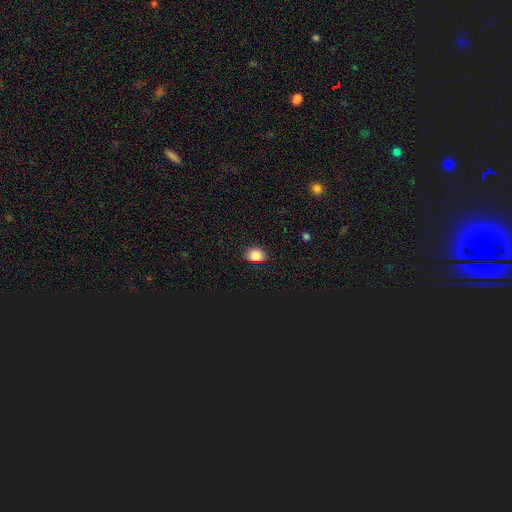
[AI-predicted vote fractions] The model was most divided on "how rounded": in between: 62%, round: 37%, cigar-shaped: 1%. More confident: smooth or featured — smooth (80%); merging — none (79%).